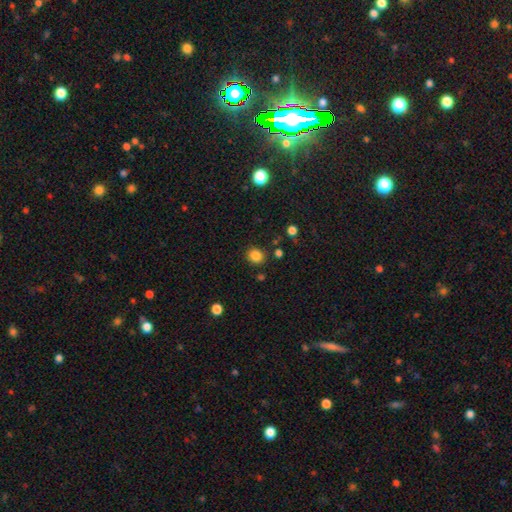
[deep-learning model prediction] Smooth or featured: smooth — 84% (star or artifact — 12%)
How rounded: round — 79% (in between — 20%)
Merging: none — 87% (minor disturbance — 8%)